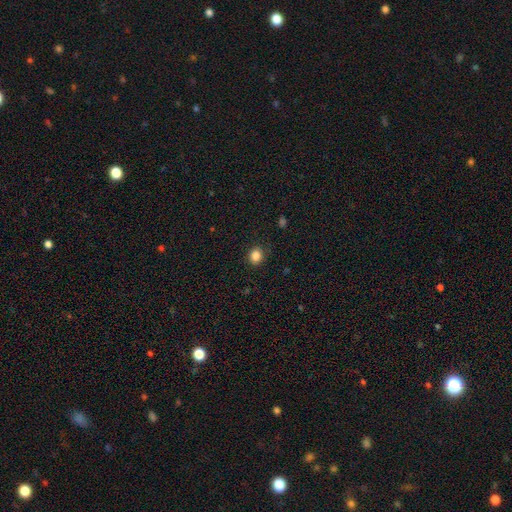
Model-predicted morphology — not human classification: Smooth or featured? Predicted: smooth (p=0.85). How rounded? Predicted: round (p=0.69). Merging? Predicted: none (p=0.88).